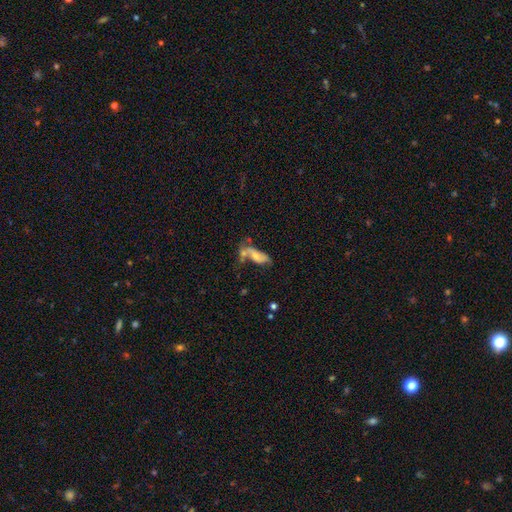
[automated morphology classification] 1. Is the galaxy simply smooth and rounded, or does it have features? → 56% smooth, 35% featured or disk, 9% star or artifact.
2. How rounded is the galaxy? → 74% in between, 23% cigar-shaped, 3% round.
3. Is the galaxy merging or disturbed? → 36% merger, 28% none, 20% minor disturbance, 16% major disturbance.